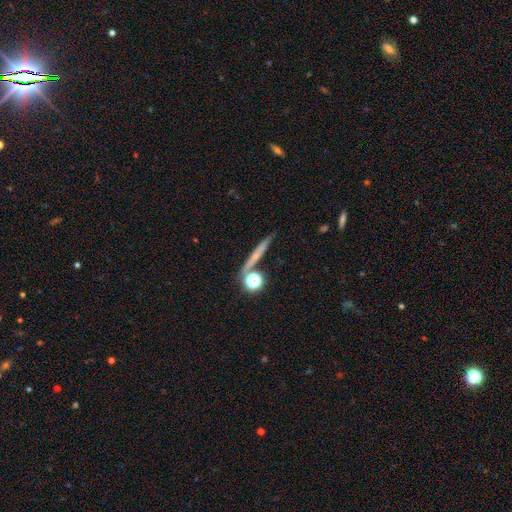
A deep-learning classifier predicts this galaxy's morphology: This is marginally a featured or disk galaxy (43%). Merging: likely none (78%).